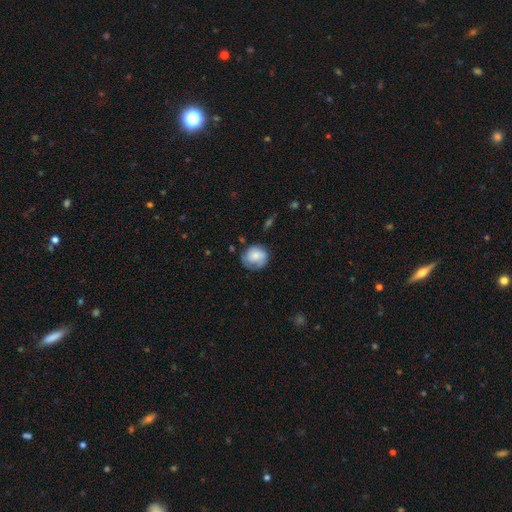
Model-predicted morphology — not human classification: Overall: smooth (71%). How rounded: round (81%). Merging: none (63%; minor disturbance 26%).